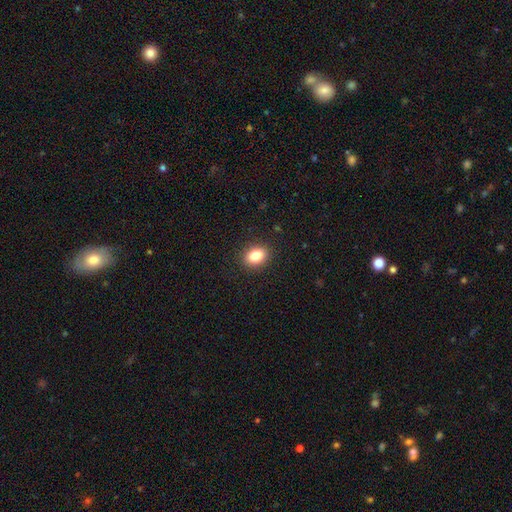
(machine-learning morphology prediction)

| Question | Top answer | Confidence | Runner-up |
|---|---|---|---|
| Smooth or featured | smooth | 85% | star or artifact (9%) |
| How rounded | in between | 68% | round (30%) |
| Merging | none | 89% | minor disturbance (8%) |